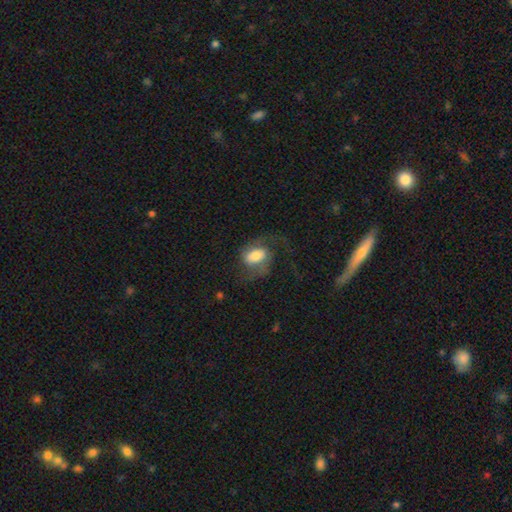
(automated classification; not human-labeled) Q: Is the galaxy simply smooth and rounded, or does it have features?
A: featured or disk — 51%.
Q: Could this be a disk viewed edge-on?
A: no — 96%.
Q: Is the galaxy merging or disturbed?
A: none — 42%.